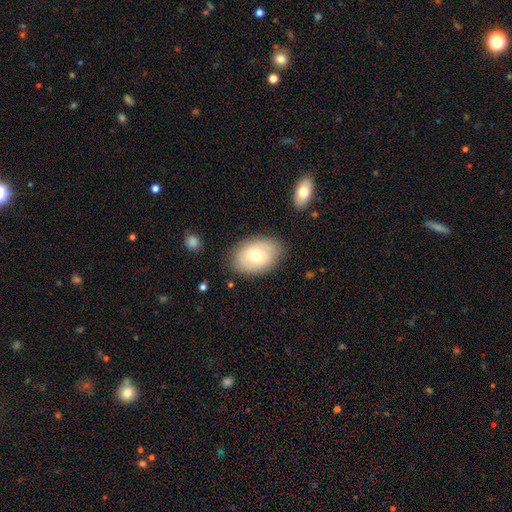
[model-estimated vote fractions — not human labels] Smooth or featured: smooth — 67% (featured or disk — 26%)
How rounded: in between — 85% (round — 14%)
Merging: none — 81% (minor disturbance — 14%)